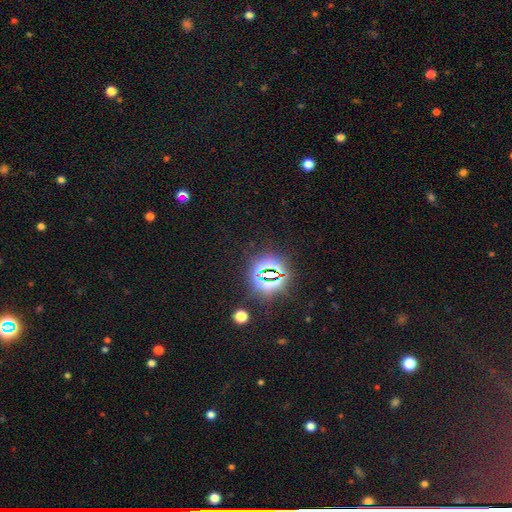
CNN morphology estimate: A star or artifact, not a galaxy (82%).

Vote fractions:
- Smooth or featured? star or artifact: 82% / smooth: 11% / featured or disk: 7%